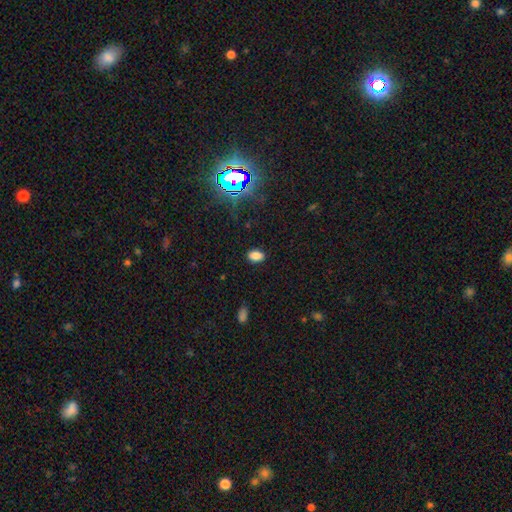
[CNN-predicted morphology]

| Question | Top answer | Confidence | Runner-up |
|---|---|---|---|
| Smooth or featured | smooth | 82% | star or artifact (14%) |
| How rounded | in between | 87% | round (11%) |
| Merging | none | 88% | minor disturbance (9%) |